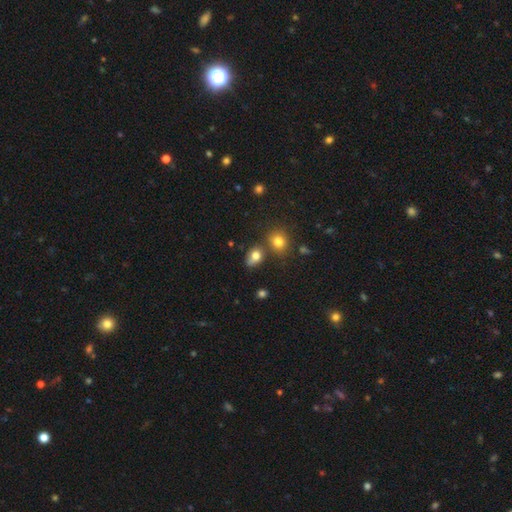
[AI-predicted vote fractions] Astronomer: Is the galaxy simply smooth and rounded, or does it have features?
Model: smooth — 79%.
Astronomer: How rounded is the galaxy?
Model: in between — 68%.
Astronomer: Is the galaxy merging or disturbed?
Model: none — 57%.